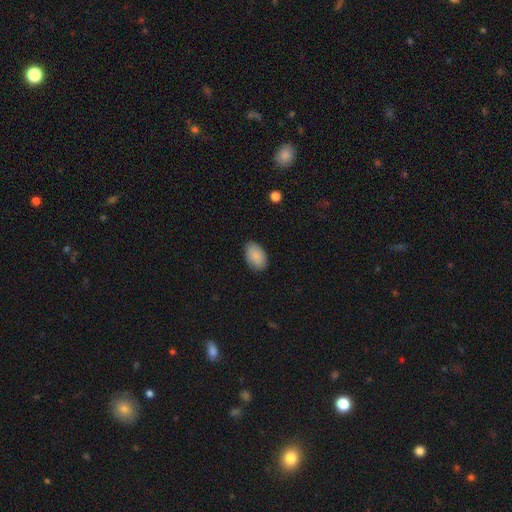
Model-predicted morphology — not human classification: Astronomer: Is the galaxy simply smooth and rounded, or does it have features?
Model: smooth — 87%.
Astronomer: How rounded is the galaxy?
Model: in between — 89%.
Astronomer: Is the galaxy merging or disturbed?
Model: none — 82%.